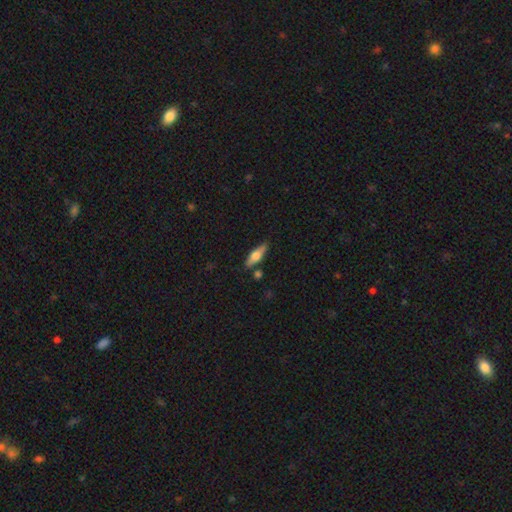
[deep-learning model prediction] This is possibly a smooth galaxy (48%). Merging: clearly none (82%).